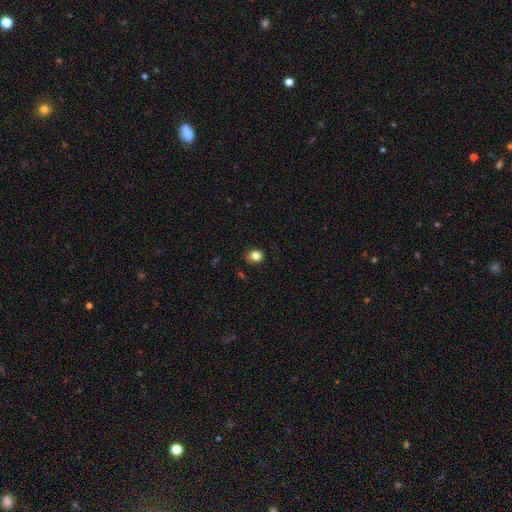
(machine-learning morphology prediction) type=smooth (83%); roundness=round (60%); merging=none (78%).